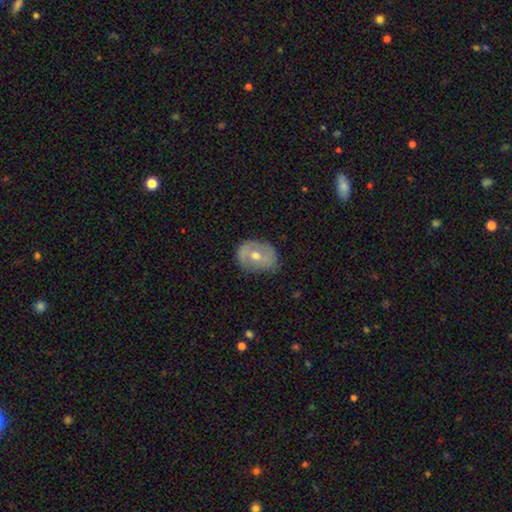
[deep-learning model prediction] Smooth or featured? featured or disk (53%)
Edge-on disk? no (94%)
Merging? none (67%)